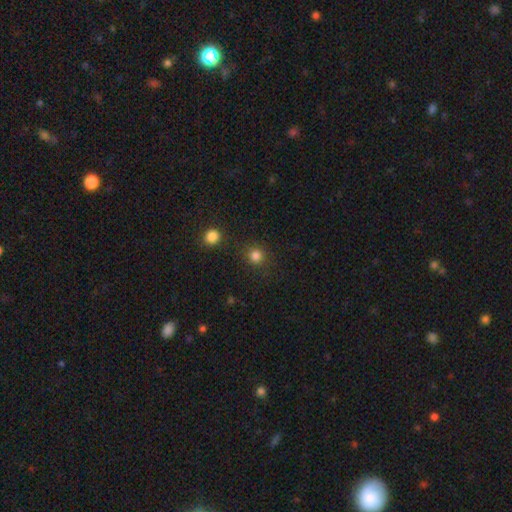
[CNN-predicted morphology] A smooth galaxy with no disk features (82%) that is round (91%). Merging: none (85%).